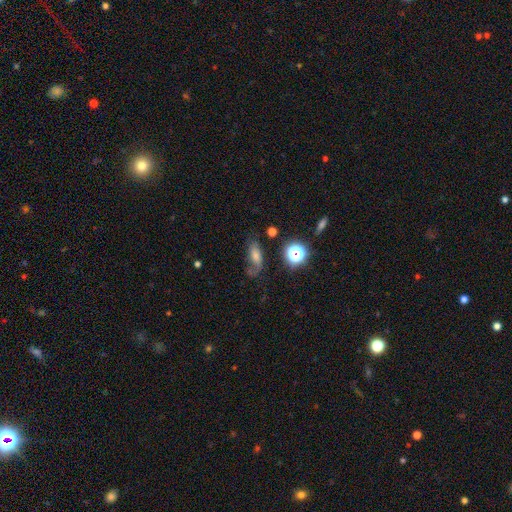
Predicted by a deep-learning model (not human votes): Smooth or featured? smooth (48%)
Merging? none (51%)